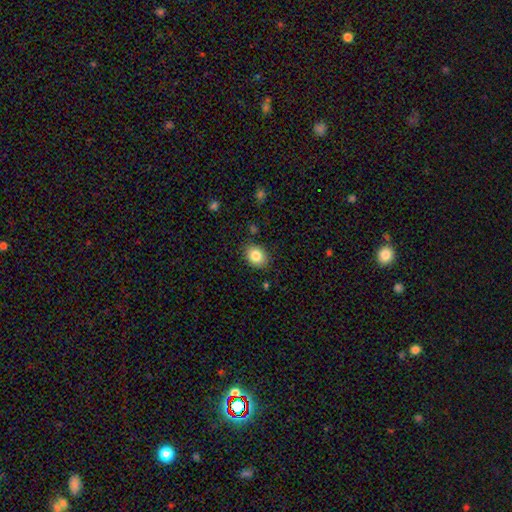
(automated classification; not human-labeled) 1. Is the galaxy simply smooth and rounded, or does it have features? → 84% smooth, 9% star or artifact, 7% featured or disk.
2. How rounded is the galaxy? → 56% in between, 43% round, 1% cigar-shaped.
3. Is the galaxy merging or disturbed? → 85% none, 11% minor disturbance, 3% major disturbance, 2% merger.